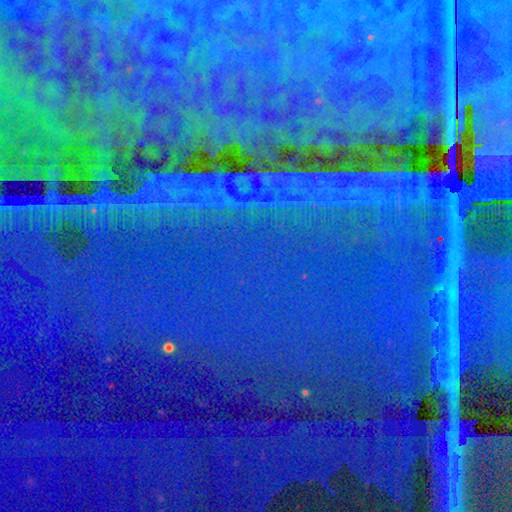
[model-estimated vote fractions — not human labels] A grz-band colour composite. It shows a star or artifact, not a galaxy (88%).